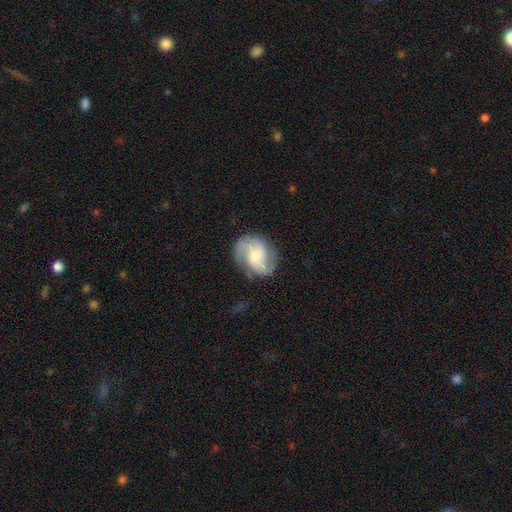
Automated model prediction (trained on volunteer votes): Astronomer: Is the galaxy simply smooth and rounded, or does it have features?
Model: featured or disk — 78%.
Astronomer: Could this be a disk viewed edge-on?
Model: no — 98%.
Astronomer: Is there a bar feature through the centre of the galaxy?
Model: no — 51% (runner-up: weak, 40%).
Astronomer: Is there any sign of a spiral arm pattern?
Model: yes — 95%.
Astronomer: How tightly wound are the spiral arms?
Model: medium — 49% (runner-up: loose, 26%).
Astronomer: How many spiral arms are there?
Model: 2 — 64%.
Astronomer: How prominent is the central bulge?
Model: moderate — 50% (runner-up: small, 32%).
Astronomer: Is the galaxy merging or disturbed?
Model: none — 69%.